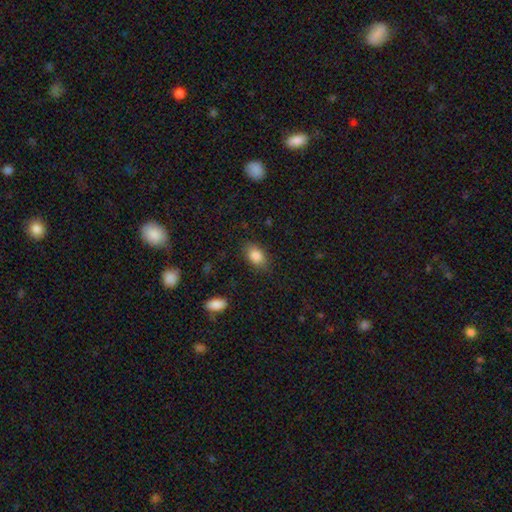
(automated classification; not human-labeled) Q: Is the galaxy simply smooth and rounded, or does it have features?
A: smooth — 86%.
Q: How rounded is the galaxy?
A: in between — 86%.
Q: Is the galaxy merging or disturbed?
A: none — 83%.